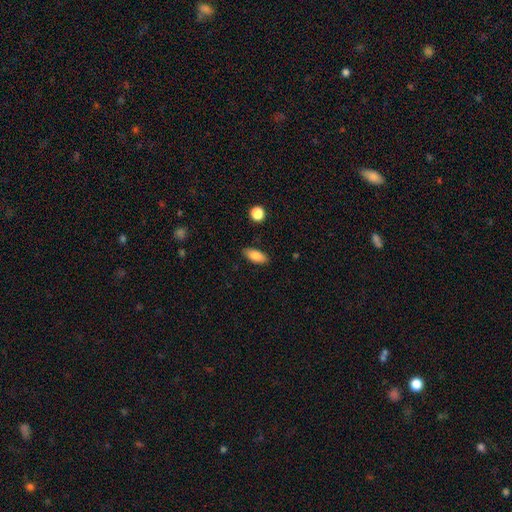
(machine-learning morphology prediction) The model was most divided on "how rounded": in between: 86%, cigar-shaped: 11%, round: 3%. More confident: merging — none (86%); smooth or featured — smooth (85%).